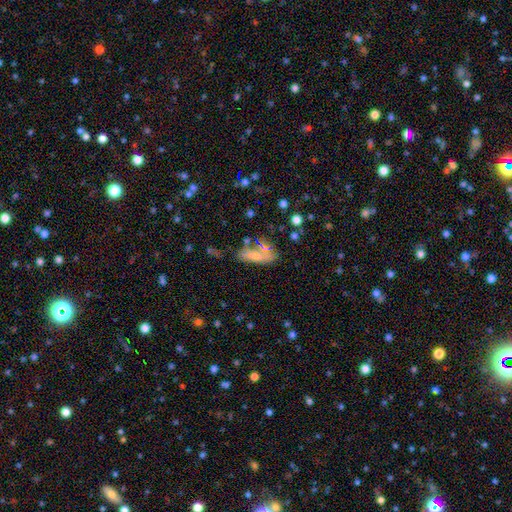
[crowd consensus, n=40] Volunteers were most divided on "merging": merger: 34%, none: 31%, major disturbance: 20%, minor disturbance: 14%. More confident: how rounded — in between (65%); smooth or featured — smooth (65%).